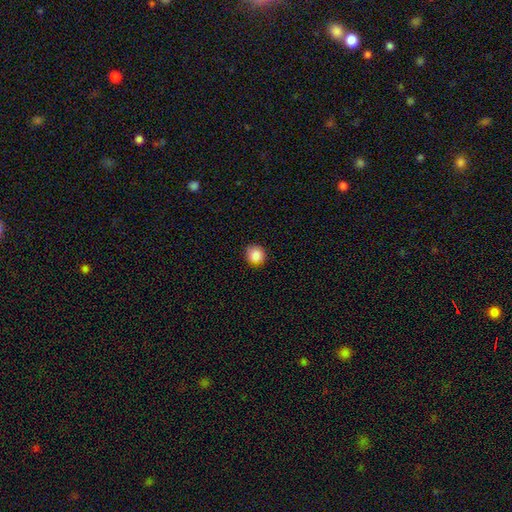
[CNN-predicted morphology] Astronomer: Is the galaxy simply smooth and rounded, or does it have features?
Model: smooth — 87%.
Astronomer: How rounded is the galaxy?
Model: round — 90%.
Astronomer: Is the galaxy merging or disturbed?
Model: none — 86%.